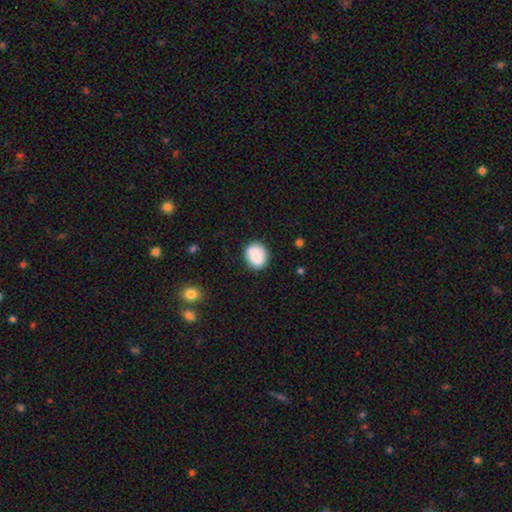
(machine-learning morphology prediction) type=smooth (78%); roundness=round (69%); merging=none (83%).